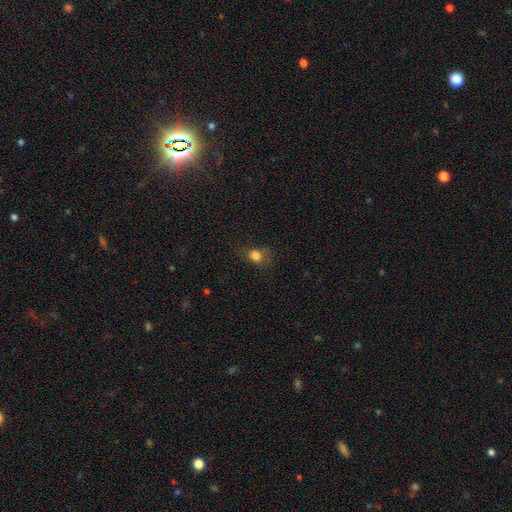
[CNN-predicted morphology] Smooth or featured? smooth (78%)
How rounded? round (53%)
Merging? none (61%)